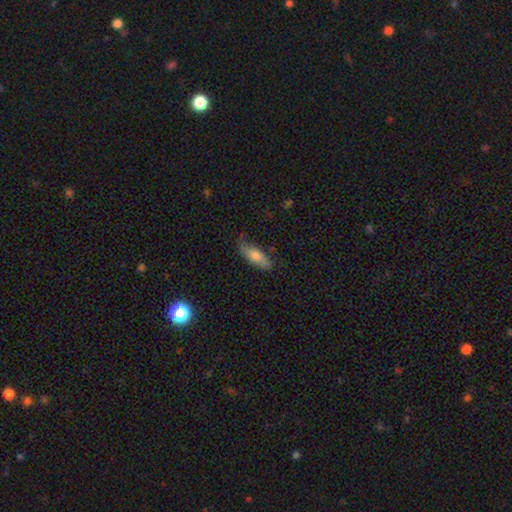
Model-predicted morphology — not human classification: Smooth or featured: smooth — 67% (featured or disk — 27%)
How rounded: in between — 60% (cigar-shaped — 37%)
Merging: none — 65% (minor disturbance — 27%)